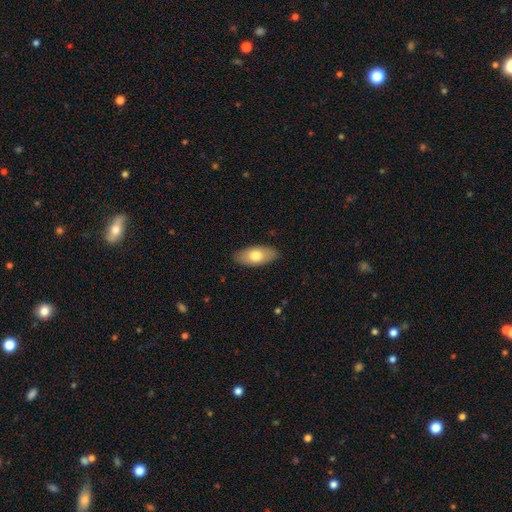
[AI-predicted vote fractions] Smooth or featured? Predicted: smooth (p=0.72). How rounded? Predicted: in between (p=0.91). Merging? Predicted: none (p=0.87).